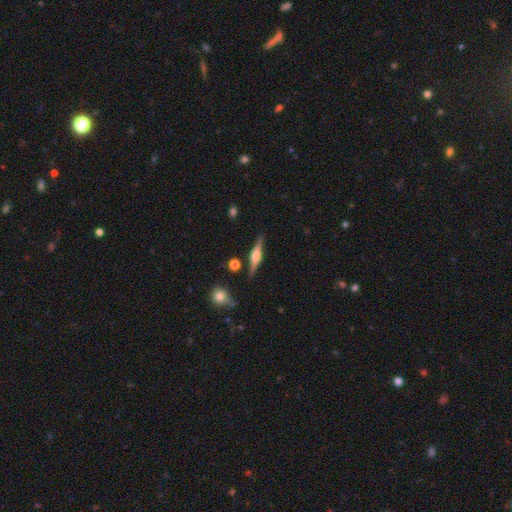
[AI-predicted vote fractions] Q: Smooth or featured?
A: featured or disk (70%); runner-up: smooth (23%)
Q: Edge-on disk?
A: yes (97%); runner-up: no (3%)
Q: Edge-on bulge?
A: rounded (78%); runner-up: boxy (18%)
Q: Merging?
A: none (86%); runner-up: minor disturbance (9%)